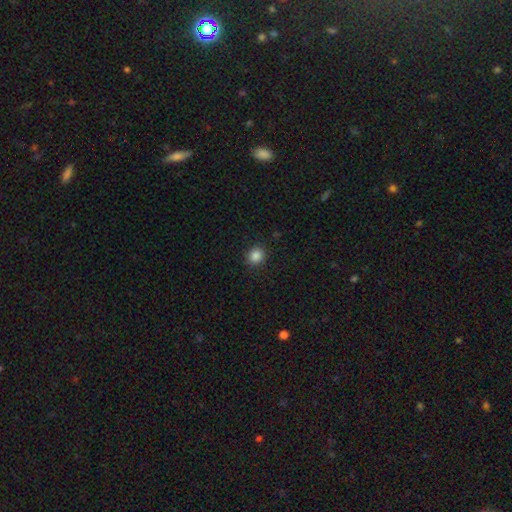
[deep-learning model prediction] smooth 86%, star or artifact 11%, featured or disk 3%. Down the decision tree: how rounded — round (79%); merging — none (90%).